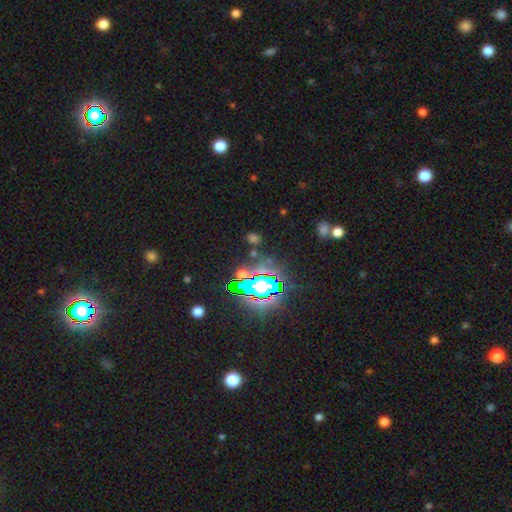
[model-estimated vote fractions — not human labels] smooth-or-featured: star or artifact: 74% | smooth: 15% | featured or disk: 10%